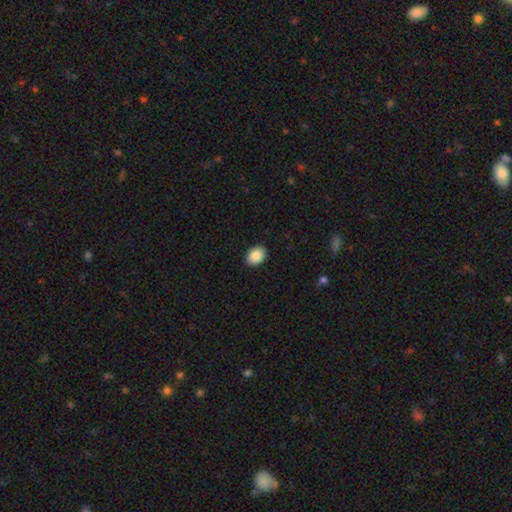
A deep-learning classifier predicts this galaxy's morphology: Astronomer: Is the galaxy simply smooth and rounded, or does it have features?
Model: smooth — 88%.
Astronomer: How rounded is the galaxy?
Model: in between — 73%.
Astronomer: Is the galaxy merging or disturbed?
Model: none — 90%.